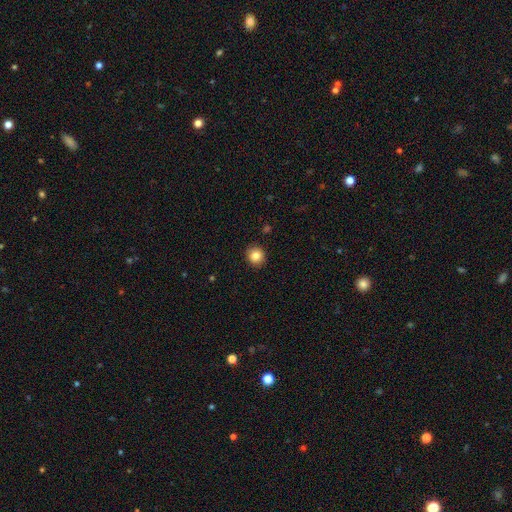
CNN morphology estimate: Smooth or featured? smooth (85%)
How rounded? round (91%)
Merging? none (91%)